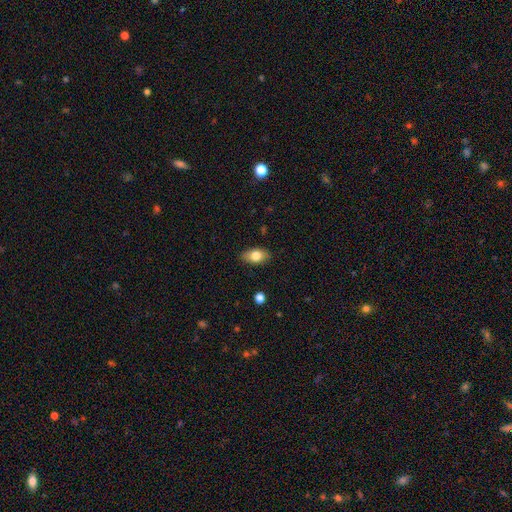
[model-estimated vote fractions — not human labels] This is likely a smooth galaxy (79%). How rounded: clearly in between (88%). Merging: clearly none (85%).